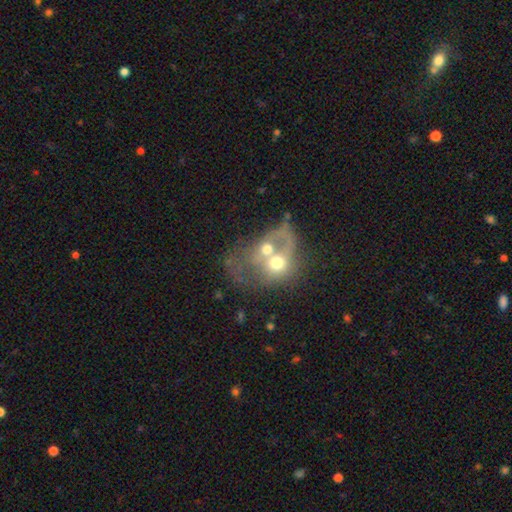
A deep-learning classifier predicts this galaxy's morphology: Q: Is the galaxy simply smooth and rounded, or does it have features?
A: featured or disk — 53%.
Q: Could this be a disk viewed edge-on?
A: no — 96%.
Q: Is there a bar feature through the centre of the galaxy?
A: no — 86%.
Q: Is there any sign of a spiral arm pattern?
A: no — 71%.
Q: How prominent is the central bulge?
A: moderate — 62%.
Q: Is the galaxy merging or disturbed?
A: merger — 68%.